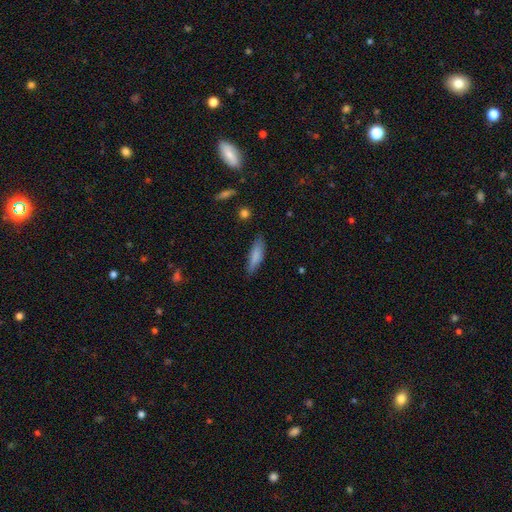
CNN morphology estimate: type=smooth (80%); roundness=cigar-shaped (58%); merging=none (74%).